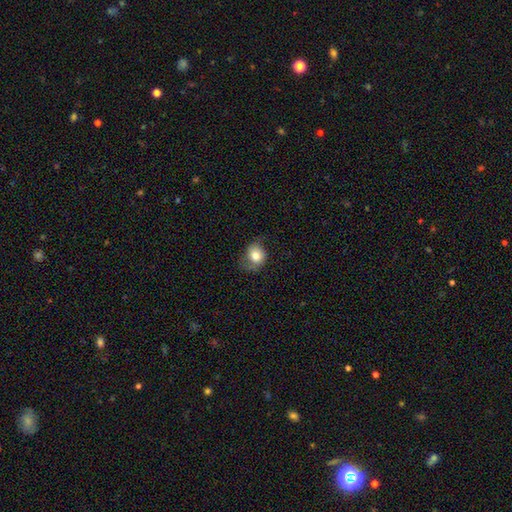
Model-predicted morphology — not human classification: smooth-or-featured: smooth: 73% | featured or disk: 19% | star or artifact: 8%
  how-rounded: round: 66% | in between: 33% | cigar-shaped: 1%
  merging: none: 58% | minor disturbance: 27% | major disturbance: 14% | merger: 1%